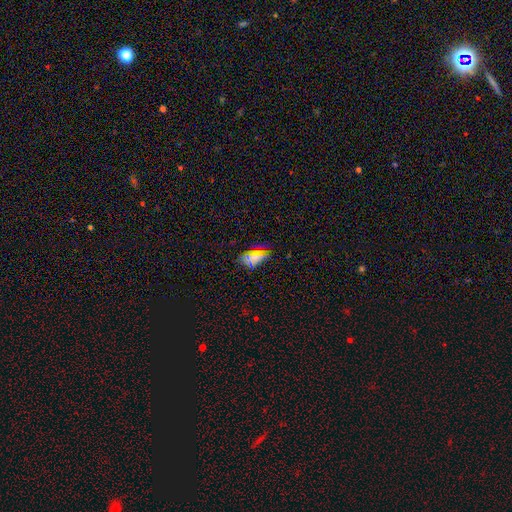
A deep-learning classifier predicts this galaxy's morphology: A smooth galaxy with no disk features (65%) that is in between round and cigar-shaped (88%). Merging: none (77%).